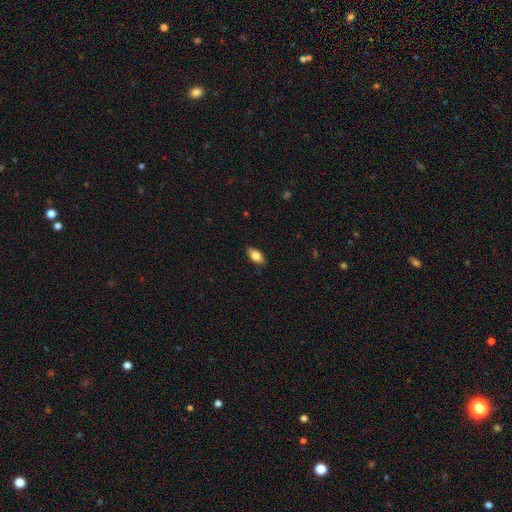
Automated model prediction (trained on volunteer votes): Smooth or featured? smooth (78%)
How rounded? in between (89%)
Merging? none (87%)